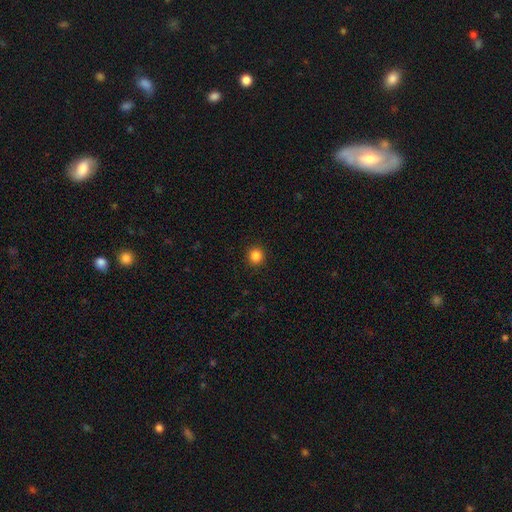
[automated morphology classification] Smooth or featured: smooth — 85% (star or artifact — 11%)
How rounded: round — 93% (in between — 6%)
Merging: none — 93% (minor disturbance — 5%)